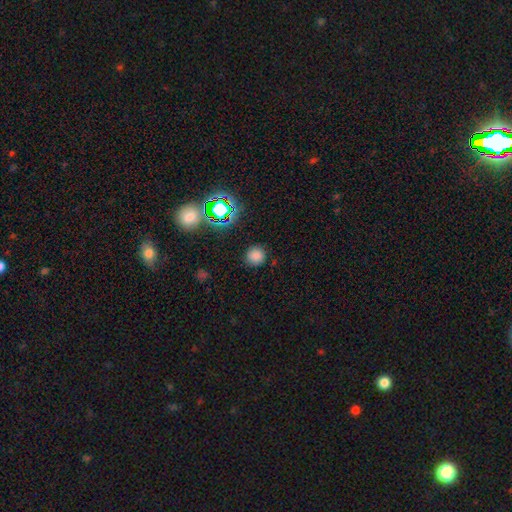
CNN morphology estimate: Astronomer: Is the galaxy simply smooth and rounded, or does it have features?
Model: smooth — 76%.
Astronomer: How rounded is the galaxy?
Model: round — 93%.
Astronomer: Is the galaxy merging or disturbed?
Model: none — 87%.